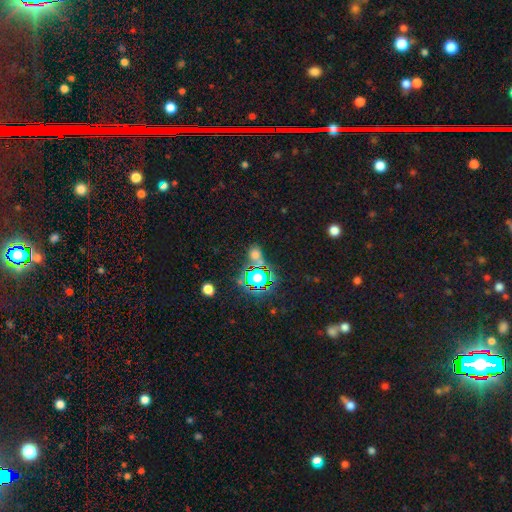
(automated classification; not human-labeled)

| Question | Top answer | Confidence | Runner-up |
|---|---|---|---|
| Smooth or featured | smooth | 51% | star or artifact (41%) |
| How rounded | round | 67% | in between (31%) |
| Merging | none | 67% | merger (18%) |